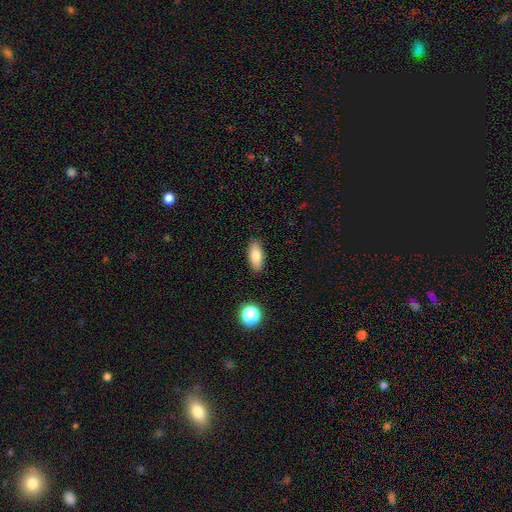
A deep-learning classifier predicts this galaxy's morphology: A smooth galaxy with no disk features (82%) that is in between round and cigar-shaped (81%). Merging: none (88%).